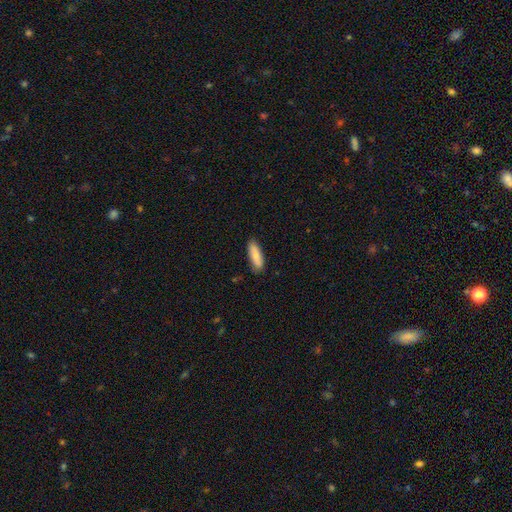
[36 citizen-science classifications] smooth-or-featured: smooth: 83% | featured or disk: 14% | star or artifact: 3%
  how-rounded: cigar-shaped: 53% | in between: 47% | round: 0%
  merging: none: 86% | minor disturbance: 14% | major disturbance: 0% | merger: 0%